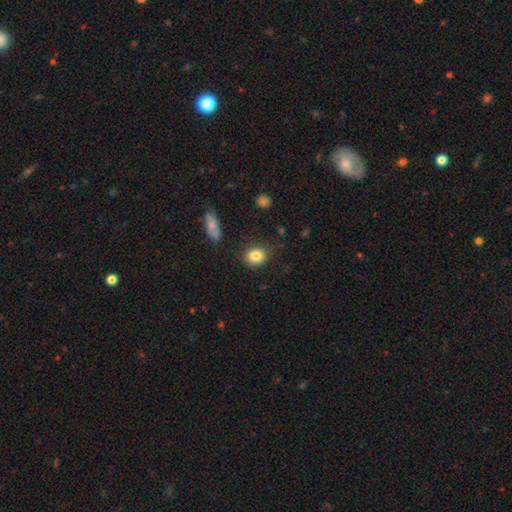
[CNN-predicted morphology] The model was most divided on "how rounded": round: 68%, in between: 31%, cigar-shaped: 1%. More confident: smooth or featured — smooth (84%); merging — none (83%).